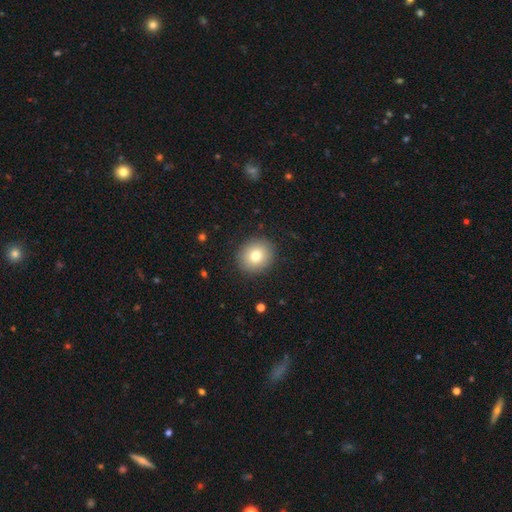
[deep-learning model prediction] This appears to be a smooth galaxy with no disk features (79%) that is round (80%). Merging: none (89%).